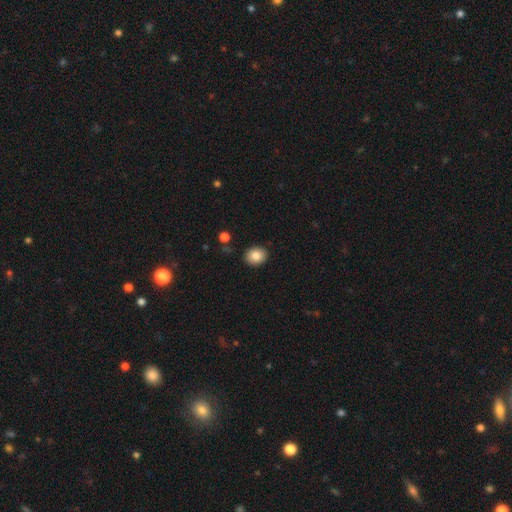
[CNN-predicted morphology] Smooth or featured? Predicted: smooth (p=0.86). How rounded? Predicted: round (p=0.58). Merging? Predicted: none (p=0.89).